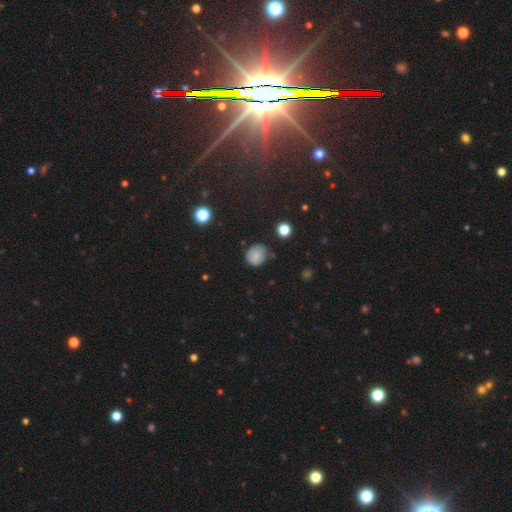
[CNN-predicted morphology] Smooth or featured: smooth — 76% (star or artifact — 13%)
How rounded: round — 77% (in between — 22%)
Merging: none — 66% (minor disturbance — 25%)